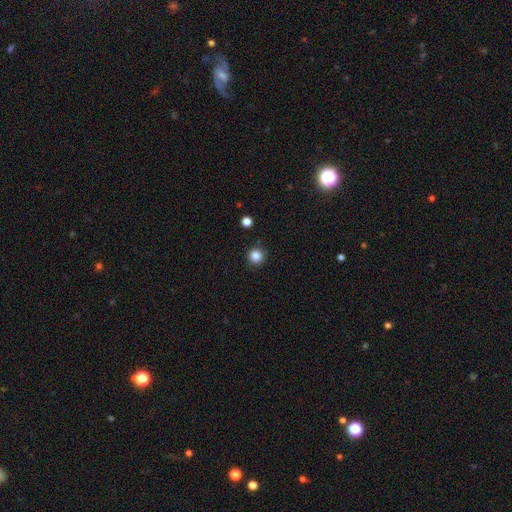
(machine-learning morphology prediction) type=smooth (84%); roundness=round (95%); merging=none (91%).